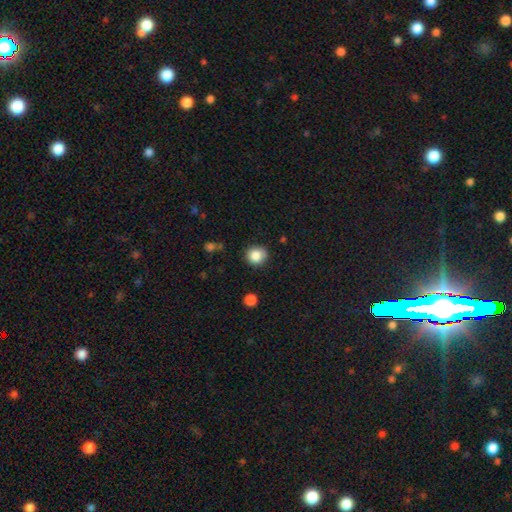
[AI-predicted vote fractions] smooth_or_featured: smooth (p=0.85) [alt: star or artifact p=0.10]
how_rounded: round (p=0.88) [alt: in between p=0.11]
merging: none (p=0.82) [alt: minor disturbance p=0.13]